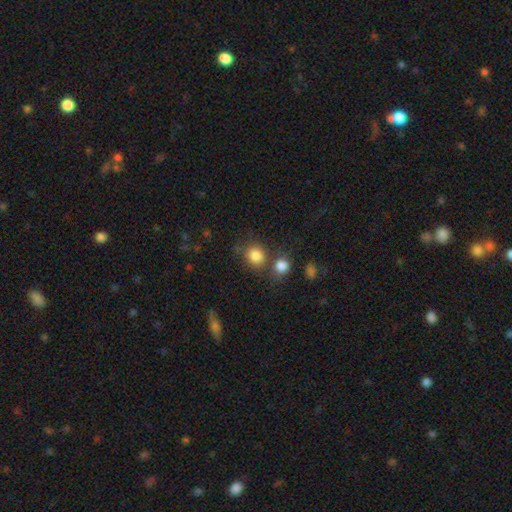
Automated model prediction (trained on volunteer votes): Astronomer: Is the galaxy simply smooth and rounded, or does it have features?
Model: smooth — 83%.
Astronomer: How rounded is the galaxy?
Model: round — 81%.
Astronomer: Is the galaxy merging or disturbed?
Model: none — 63%.